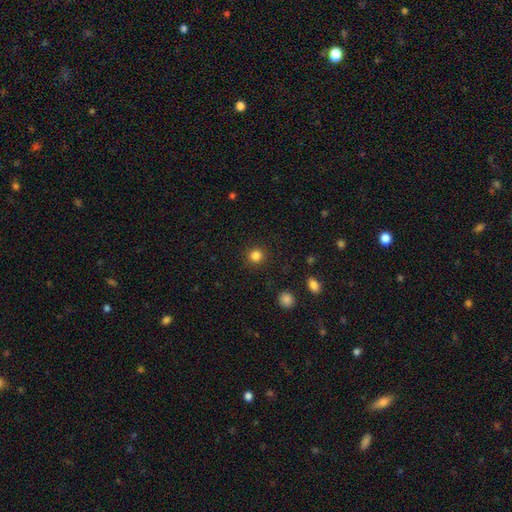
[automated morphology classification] This appears to be a smooth galaxy with no disk features (84%) that is round (93%). Merging: none (91%).